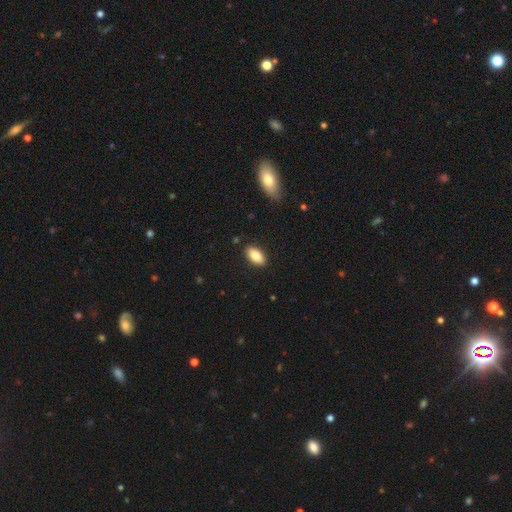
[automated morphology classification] smooth 84%, featured or disk 9%, star or artifact 7%. Down the decision tree: how rounded — in between (92%); merging — none (88%).